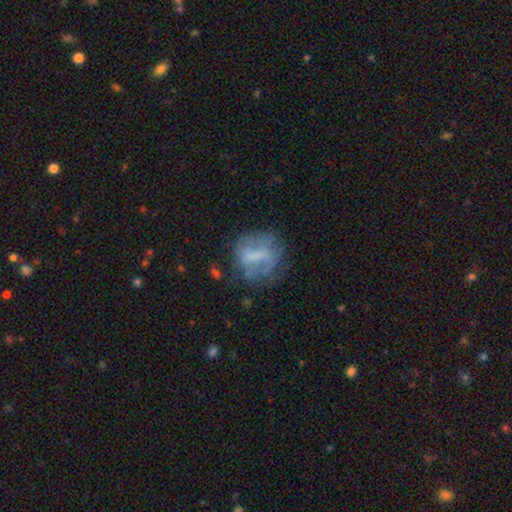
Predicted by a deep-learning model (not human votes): Smooth or featured: featured or disk — 51% (smooth — 39%)
Edge-on disk: no — 96% (yes — 4%)
Merging: none — 56% (minor disturbance — 22%)